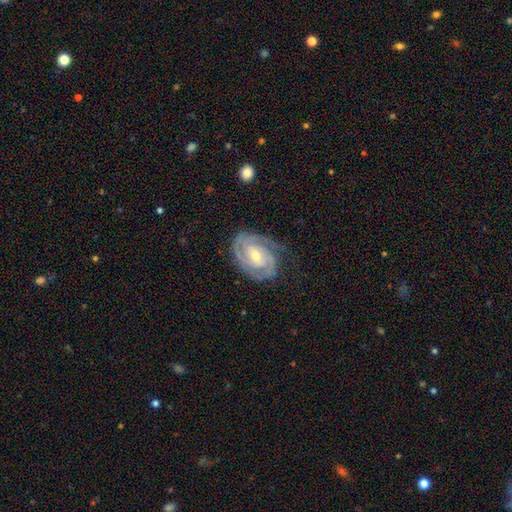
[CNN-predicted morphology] The model was most divided on "bar": weak: 43%, no: 41%, strong: 16%. More confident: spiral arms — yes (97%); edge-on disk — no (97%); smooth or featured — featured or disk (90%); merging — none (73%); spiral winding — tight (70%); spiral arm count — 2 (56%); bulge size — moderate (52%).